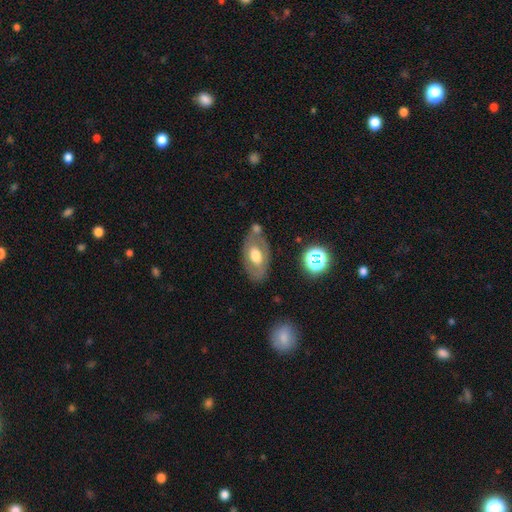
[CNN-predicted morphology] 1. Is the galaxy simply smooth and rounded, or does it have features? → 48% smooth, 44% featured or disk, 8% star or artifact.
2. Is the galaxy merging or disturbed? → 66% none, 18% minor disturbance, 9% merger, 7% major disturbance.